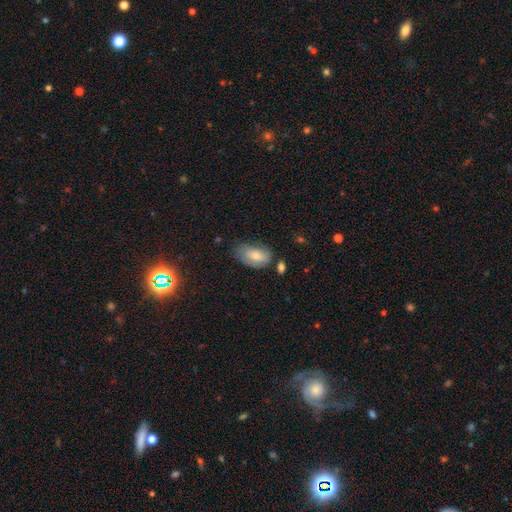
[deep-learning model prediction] A smooth galaxy with no disk features (74%) that is in between round and cigar-shaped (92%).

Vote fractions:
- Smooth or featured? smooth: 74% / featured or disk: 19% / star or artifact: 7%
- How rounded? in between: 92% / round: 5% / cigar-shaped: 3%
- Merging? none: 56% / minor disturbance: 31% / major disturbance: 8% / merger: 5%